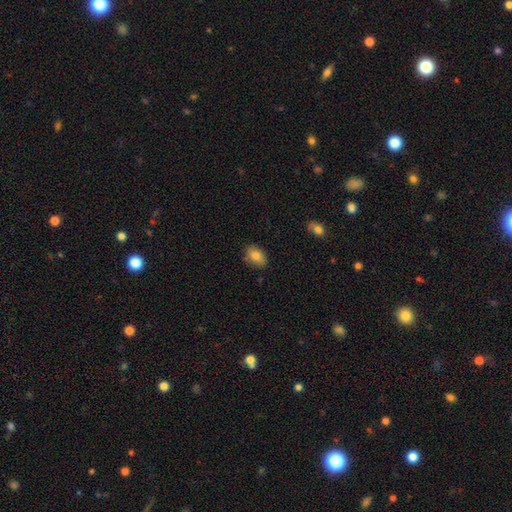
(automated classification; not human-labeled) Smooth or featured: smooth — 81% (featured or disk — 10%)
How rounded: in between — 78% (round — 20%)
Merging: none — 79% (minor disturbance — 16%)